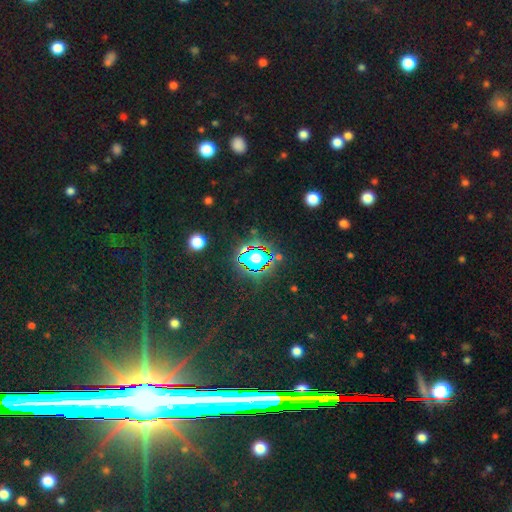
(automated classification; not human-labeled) The model was most divided on "smooth or featured": star or artifact: 80%, featured or disk: 10%, smooth: 10%.